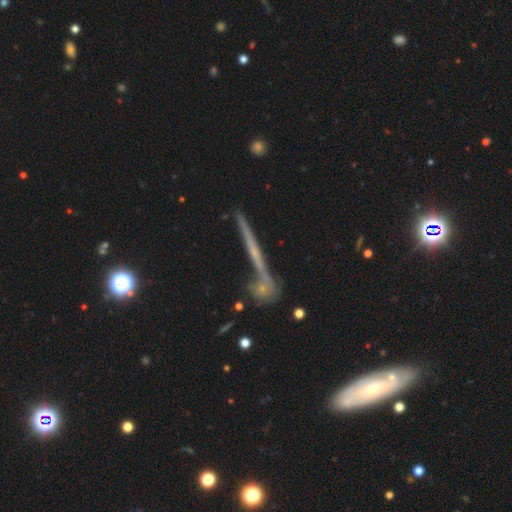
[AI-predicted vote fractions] Overall: featured or disk (57%; smooth 26%). Edge-on disk: yes (83%). Merging: none (57%; merger 21%).